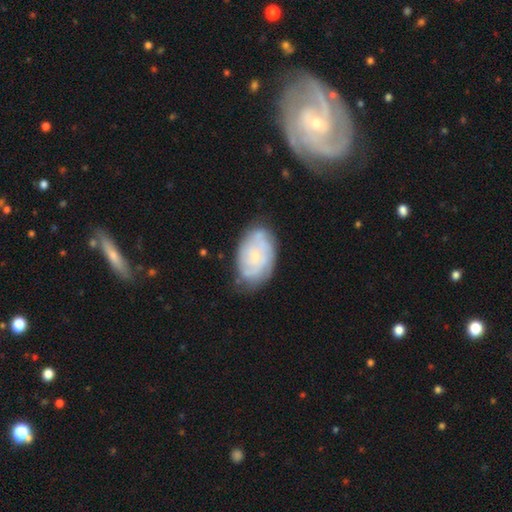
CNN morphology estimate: Overall: featured or disk (61%; smooth 32%). Edge-on disk: no (96%). Bar: no (82%). Spiral arms: yes (78%). Bulge size: small (79%). Merging: none (65%).